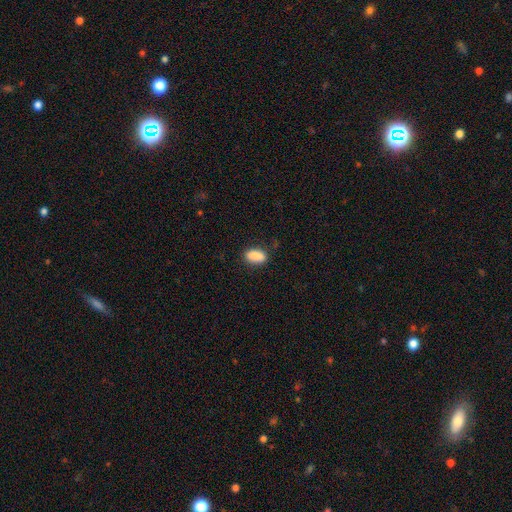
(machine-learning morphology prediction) A smooth galaxy with no disk features (88%) that is in between round and cigar-shaped (87%). Merging: none (80%).